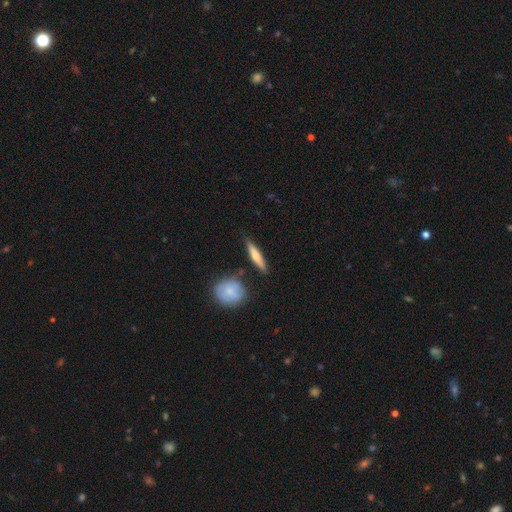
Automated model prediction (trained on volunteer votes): smooth-or-featured: smooth: 54% | featured or disk: 40% | star or artifact: 6%
  how-rounded: cigar-shaped: 83% | in between: 14% | round: 3%
  merging: none: 83% | minor disturbance: 11% | merger: 4% | major disturbance: 2%